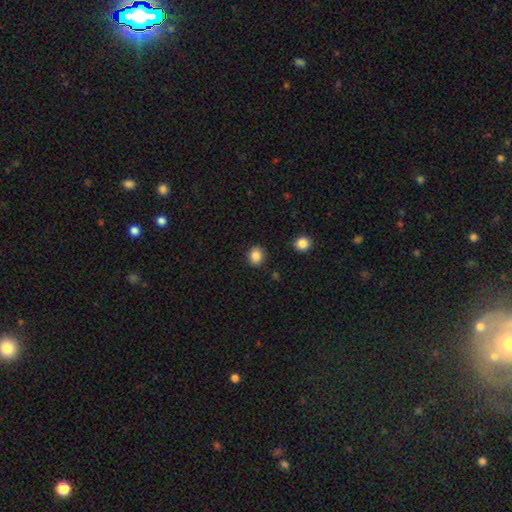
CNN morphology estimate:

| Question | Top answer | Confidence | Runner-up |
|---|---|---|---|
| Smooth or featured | smooth | 86% | star or artifact (10%) |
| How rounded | round | 66% | in between (33%) |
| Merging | none | 88% | minor disturbance (8%) |